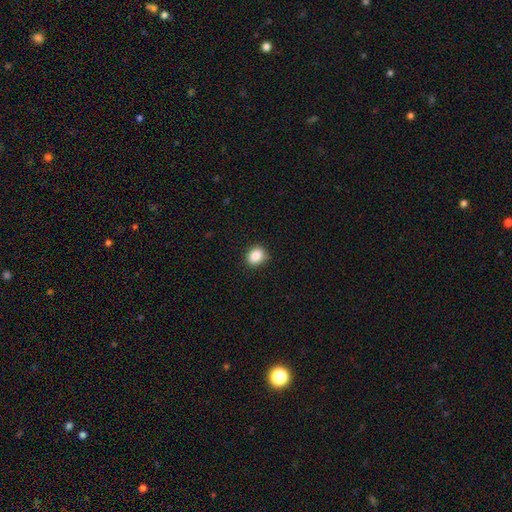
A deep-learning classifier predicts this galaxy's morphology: Overall: smooth (88%). How rounded: round (53%; in between 46%). Merging: none (86%).